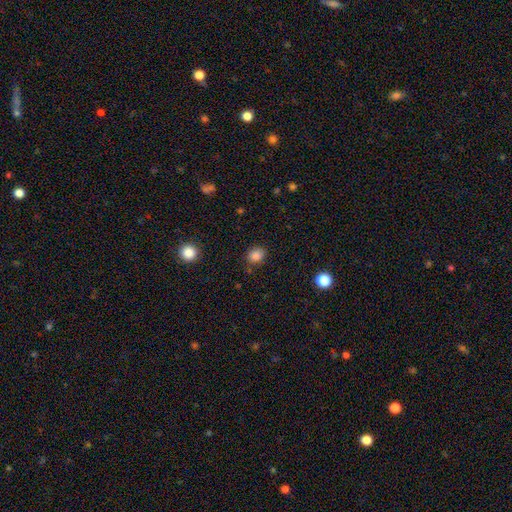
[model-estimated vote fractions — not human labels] A smooth galaxy with no disk features (84%) that is round (64%). Merging: none (81%).